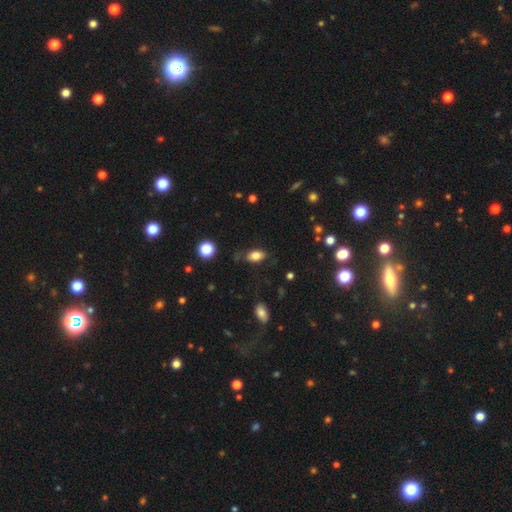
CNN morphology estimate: Smooth or featured?
  - smooth: 80% *
  - featured or disk: 11%
  - star or artifact: 9%
How rounded?
  - in between: 88% *
  - round: 8%
  - cigar-shaped: 4%
Merging?
  - none: 74% *
  - minor disturbance: 18%
  - major disturbance: 5%
  - merger: 3%